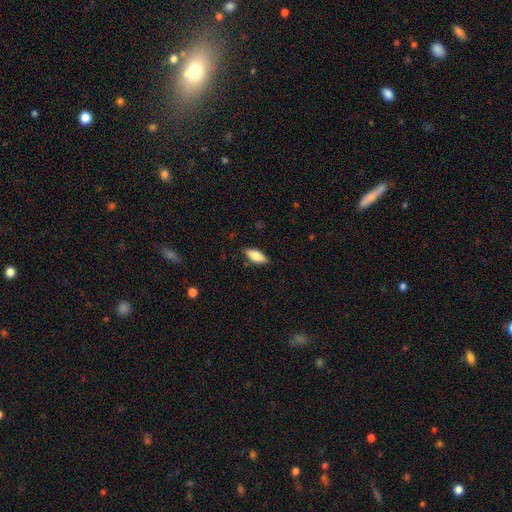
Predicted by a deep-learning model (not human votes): The model was most divided on "how rounded": in between: 77%, cigar-shaped: 21%, round: 2%. More confident: merging — none (85%); smooth or featured — smooth (78%).